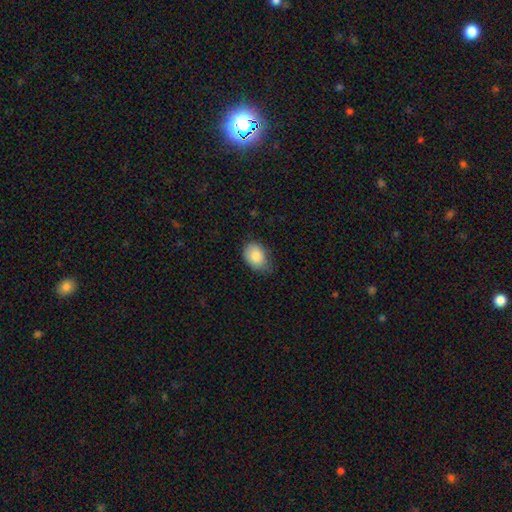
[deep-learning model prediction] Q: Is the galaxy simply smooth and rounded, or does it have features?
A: smooth — 84%.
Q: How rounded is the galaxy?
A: in between — 72%.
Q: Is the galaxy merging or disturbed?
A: none — 56%.